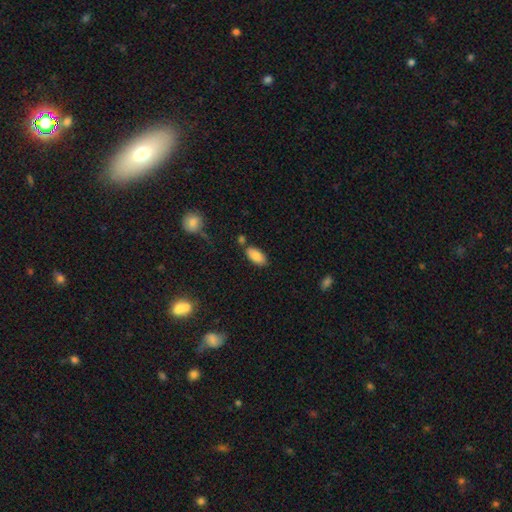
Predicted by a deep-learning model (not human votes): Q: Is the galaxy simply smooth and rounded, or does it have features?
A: smooth — 85%.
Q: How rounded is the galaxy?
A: in between — 92%.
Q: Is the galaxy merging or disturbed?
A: none — 77%.